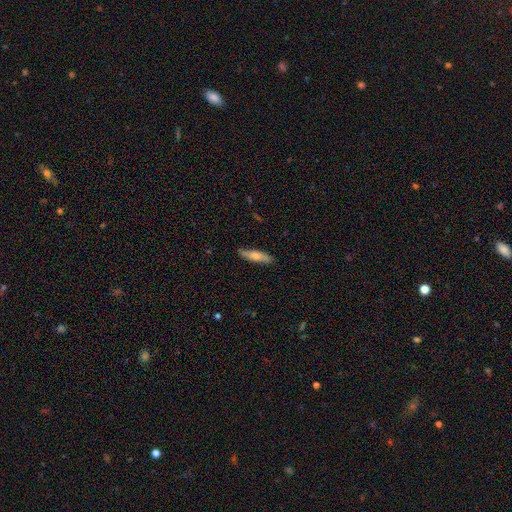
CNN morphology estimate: smooth 69%, featured or disk 25%, star or artifact 6%. Down the decision tree: how rounded — cigar-shaped (71%); merging — none (83%).